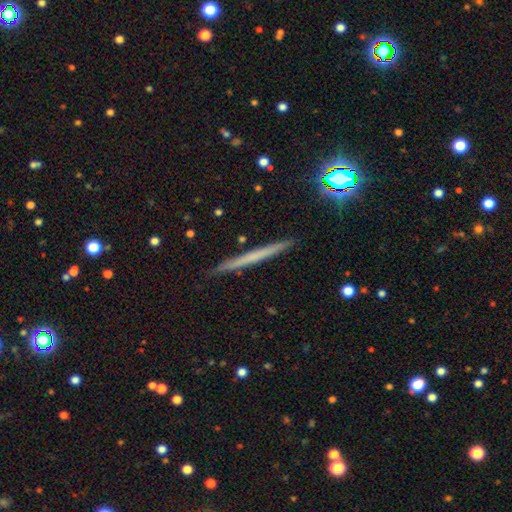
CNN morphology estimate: This is possibly a smooth galaxy (48%). Merging: clearly none (90%).